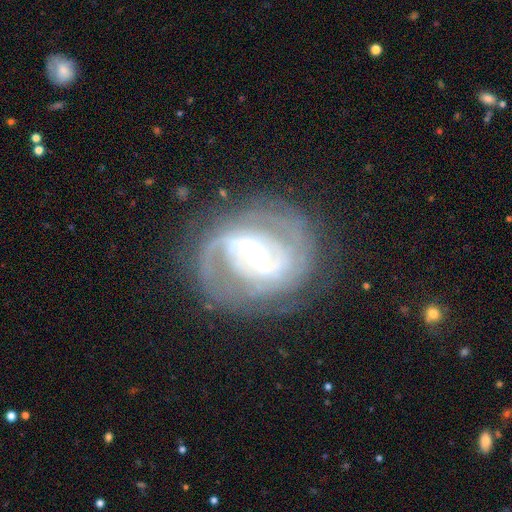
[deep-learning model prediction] smooth-or-featured: featured or disk: 88% | smooth: 6% | star or artifact: 6%
  disk-edge-on: no: 97% | yes: 3%
    bar: strong: 43% | weak: 42% | no: 15%
    has-spiral-arms: yes: 94% | no: 6%
      spiral-winding: tight: 51% | medium: 37% | loose: 12%
      spiral-arm-count: 2: 56% | can't tell: 18% | 3: 13% | 4: 5% | 1: 5% | more than 4: 4%
    bulge-size: moderate: 51% | small: 42% | large: 4% | dominant: 1% | none: 1%
  merging: none: 76% | minor disturbance: 14% | major disturbance: 9% | merger: 1%